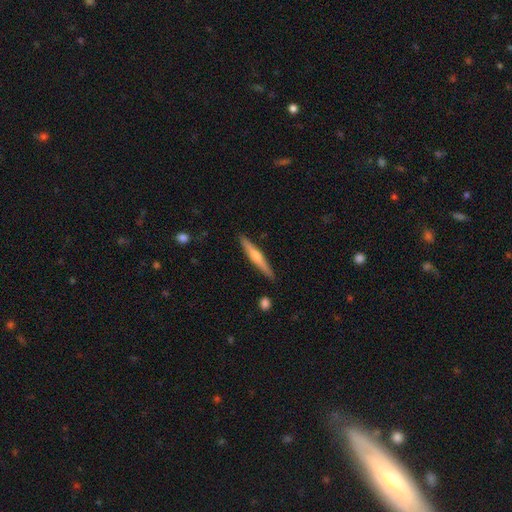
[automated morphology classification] A featured or disk galaxy (63%) viewed edge-on (98%) with a rounded central bulge (86%). Merging: none (90%).